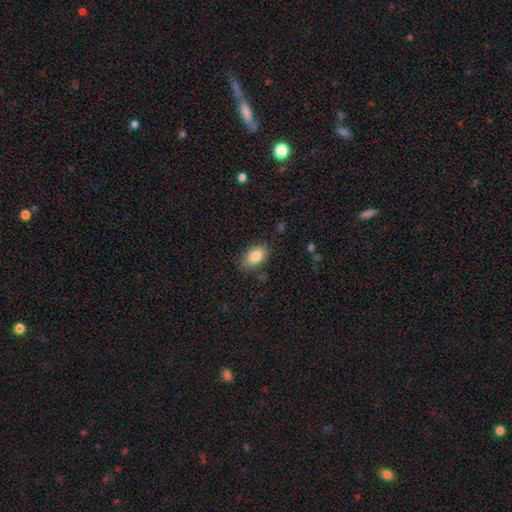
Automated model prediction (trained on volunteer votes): Morphology: type=smooth (85%); roundness=in between (90%); merging=none (82%).